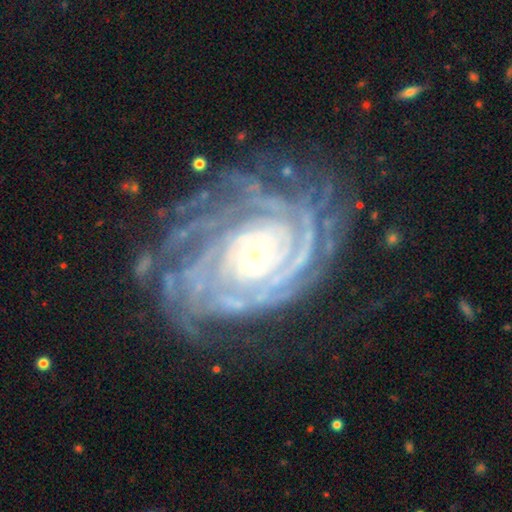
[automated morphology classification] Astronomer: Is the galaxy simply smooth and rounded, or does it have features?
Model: featured or disk — 90%.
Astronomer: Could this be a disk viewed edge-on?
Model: no — 97%.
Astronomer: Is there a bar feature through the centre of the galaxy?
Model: no — 75%.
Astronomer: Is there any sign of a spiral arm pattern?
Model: yes — 98%.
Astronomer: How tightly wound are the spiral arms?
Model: tight — 83%.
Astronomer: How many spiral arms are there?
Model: more than 4 — 28% (runner-up: can't tell, 22%).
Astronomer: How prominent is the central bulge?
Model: small — 66%.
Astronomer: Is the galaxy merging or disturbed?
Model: none — 68%.